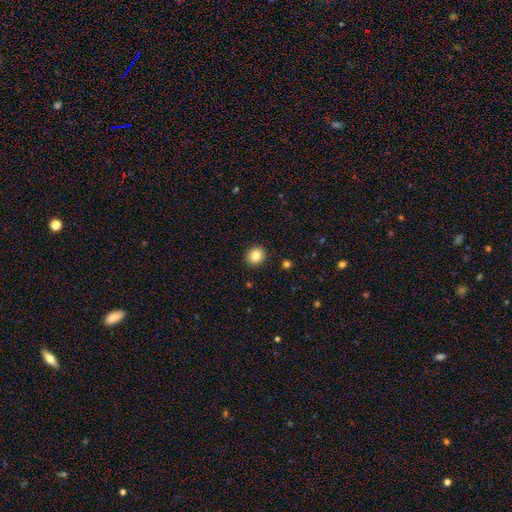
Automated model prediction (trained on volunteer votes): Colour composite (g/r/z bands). It shows a smooth galaxy with no disk features (84%) that is round (85%). Merging: none (92%).